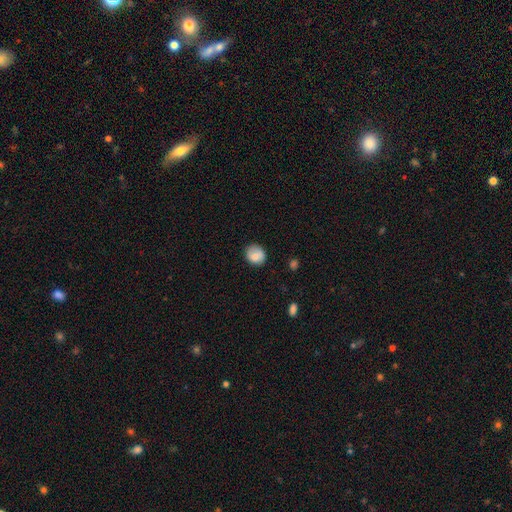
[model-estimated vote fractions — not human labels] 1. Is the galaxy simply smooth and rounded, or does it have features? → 80% smooth, 12% featured or disk, 8% star or artifact.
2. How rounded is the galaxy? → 70% round, 29% in between, 1% cigar-shaped.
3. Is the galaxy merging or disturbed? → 75% none, 19% minor disturbance, 4% major disturbance, 2% merger.